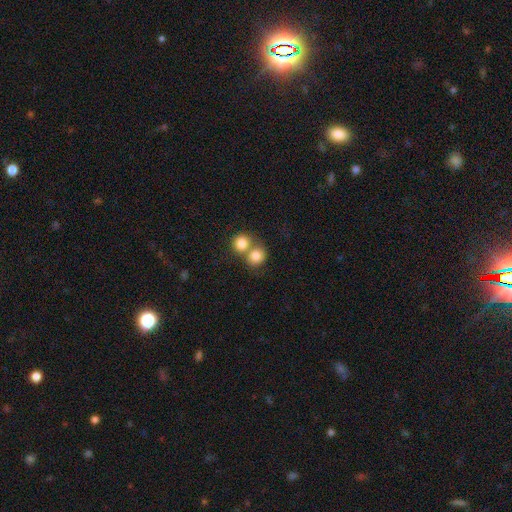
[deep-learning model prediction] smooth_or_featured: smooth (p=0.81) [alt: featured or disk p=0.09]
how_rounded: round (p=0.79) [alt: in between p=0.20]
merging: merger (p=0.54) [alt: none p=0.37]